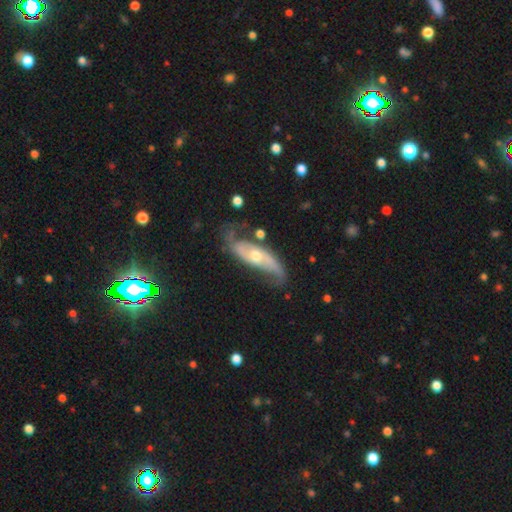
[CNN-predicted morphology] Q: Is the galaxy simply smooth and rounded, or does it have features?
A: featured or disk — 80%.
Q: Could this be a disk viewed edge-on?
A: no — 86%.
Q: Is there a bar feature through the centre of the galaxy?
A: no — 61%.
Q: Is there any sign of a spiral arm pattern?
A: yes — 91%.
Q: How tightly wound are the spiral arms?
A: loose — 56%.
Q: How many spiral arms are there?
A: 2 — 87%.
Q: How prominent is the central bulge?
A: moderate — 63%.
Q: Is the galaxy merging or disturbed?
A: none — 61%.